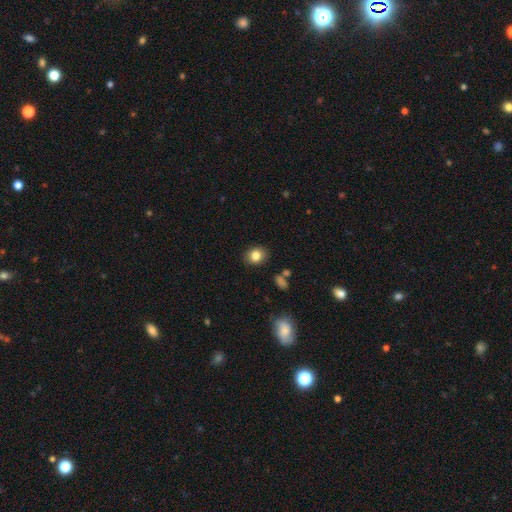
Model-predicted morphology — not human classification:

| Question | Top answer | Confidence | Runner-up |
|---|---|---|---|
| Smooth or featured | smooth | 82% | star or artifact (10%) |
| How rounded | round | 58% | in between (41%) |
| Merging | none | 87% | minor disturbance (9%) |